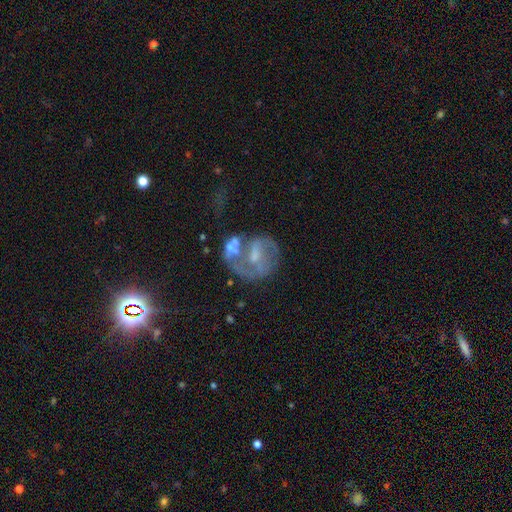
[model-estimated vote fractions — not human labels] Smooth or featured? featured or disk (69%)
Edge-on disk? no (97%)
Bar? weak (43%)
Spiral arms? yes (61%)
Bulge size? small (39%)
Merging? none (40%)